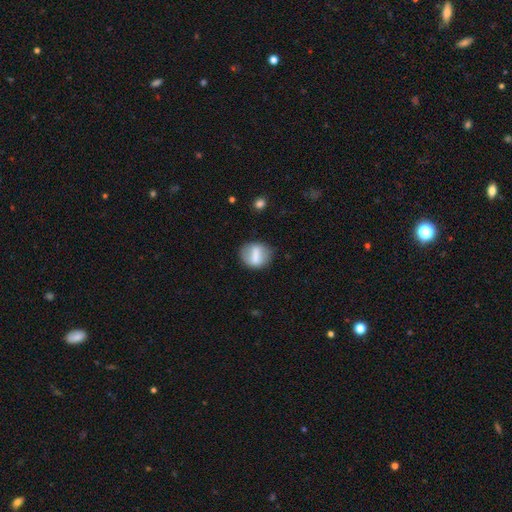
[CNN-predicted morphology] smooth 60%, featured or disk 32%, star or artifact 8%. Down the decision tree: how rounded — round (58%); merging — none (77%).